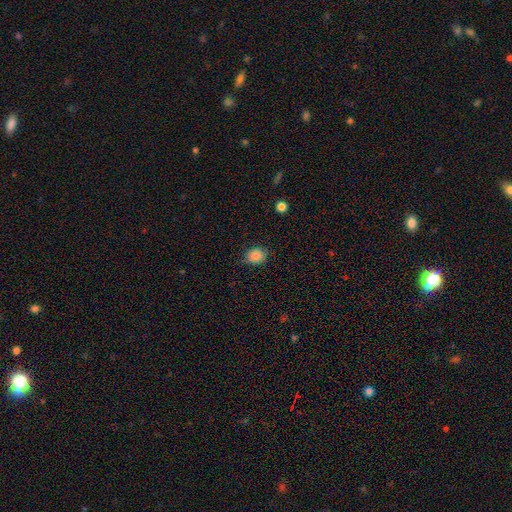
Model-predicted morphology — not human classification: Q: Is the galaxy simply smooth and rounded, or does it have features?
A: smooth — 86%.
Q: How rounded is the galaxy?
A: round — 67%.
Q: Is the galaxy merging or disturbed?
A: none — 79%.